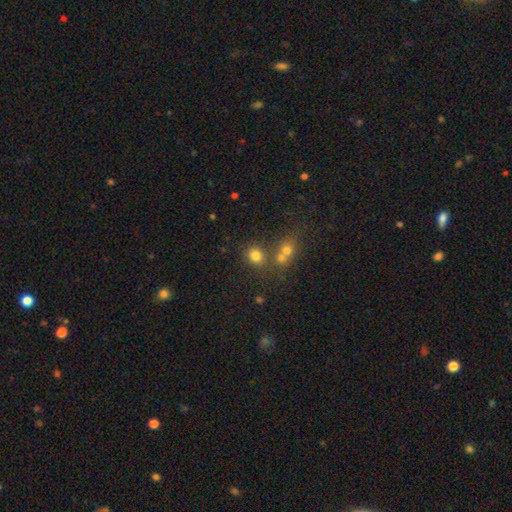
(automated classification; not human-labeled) smooth_or_featured: smooth (p=0.76) [alt: star or artifact p=0.16]
how_rounded: round (p=0.66) [alt: in between p=0.33]
merging: none (p=0.64) [alt: merger p=0.22]